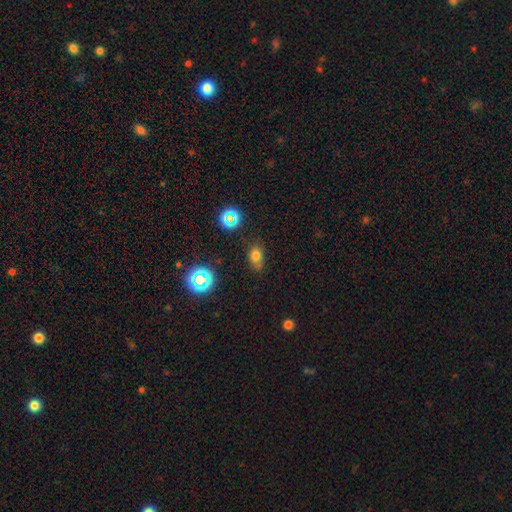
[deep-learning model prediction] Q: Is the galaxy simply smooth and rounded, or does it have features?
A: smooth — 71%.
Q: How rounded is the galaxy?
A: in between — 66%.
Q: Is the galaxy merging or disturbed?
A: none — 67%.